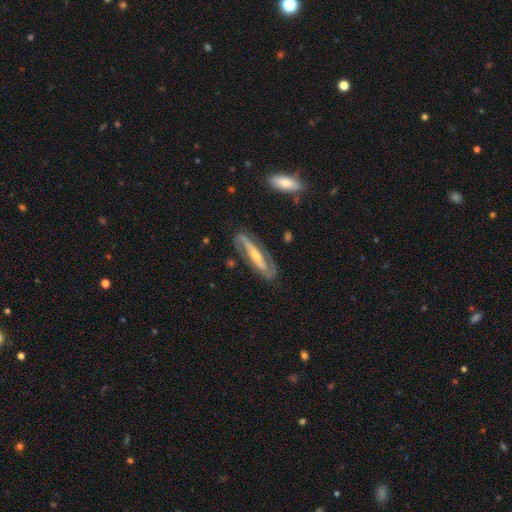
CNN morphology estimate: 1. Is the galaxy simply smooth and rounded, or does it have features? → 82% featured or disk, 12% smooth, 5% star or artifact.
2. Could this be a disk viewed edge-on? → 76% no, 24% yes.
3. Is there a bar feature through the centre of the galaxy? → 52% strong, 24% no, 24% weak.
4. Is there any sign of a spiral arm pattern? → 91% yes, 9% no.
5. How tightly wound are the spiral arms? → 41% medium, 32% tight, 27% loose.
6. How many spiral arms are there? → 83% 2, 8% can't tell, 5% 1, 1% 3, 1% 4, 1% more than 4.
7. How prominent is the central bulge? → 49% small, 45% moderate, 3% large, 2% none, 1% dominant.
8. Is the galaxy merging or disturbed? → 73% none, 17% minor disturbance, 7% major disturbance, 2% merger.